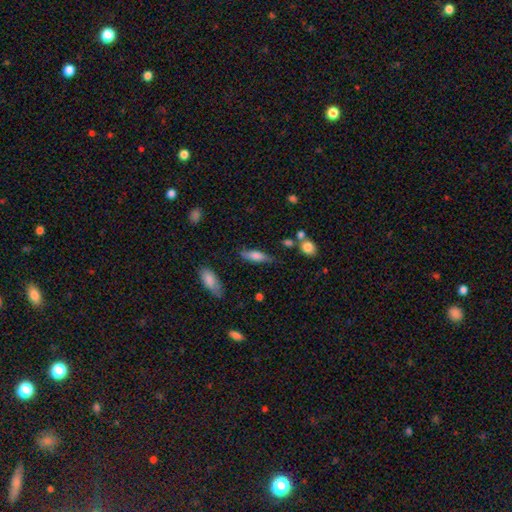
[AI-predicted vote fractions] Smooth or featured? smooth (71%)
How rounded? in between (55%)
Merging? none (68%)